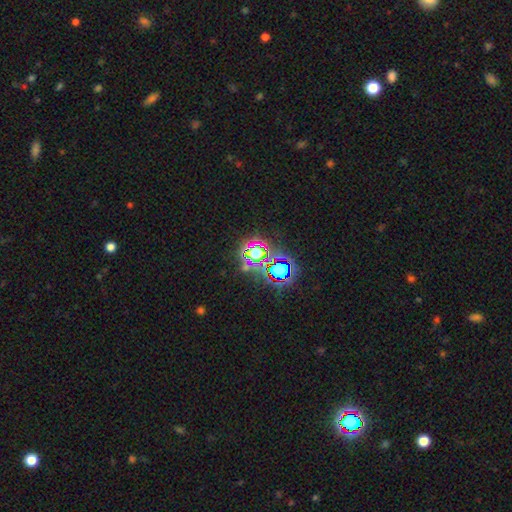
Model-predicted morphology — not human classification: A star or artifact, not a galaxy (76%).